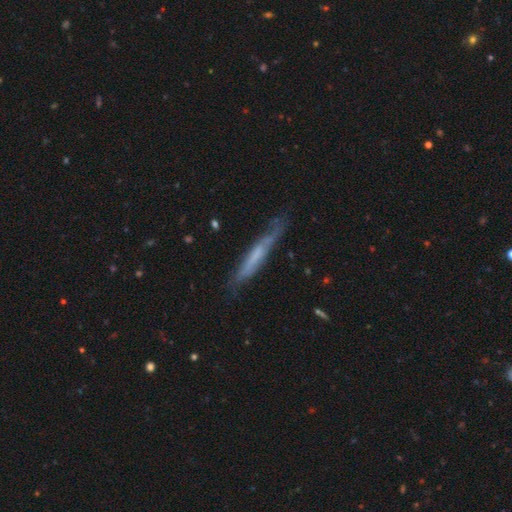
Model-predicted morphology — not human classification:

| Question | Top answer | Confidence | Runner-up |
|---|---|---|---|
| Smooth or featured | featured or disk | 50% | smooth (42%) |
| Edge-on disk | yes | 82% | no (18%) |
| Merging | none | 66% | minor disturbance (25%) |